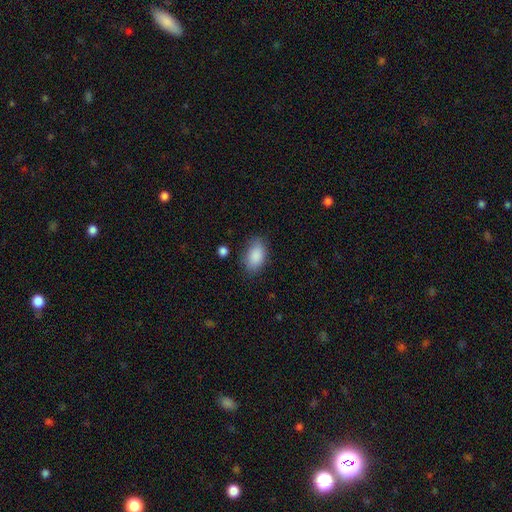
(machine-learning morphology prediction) A smooth galaxy with no disk features (88%) that is in between round and cigar-shaped (91%).

Vote fractions:
- Smooth or featured? smooth: 88% / star or artifact: 7% / featured or disk: 5%
- How rounded? in between: 91% / round: 6% / cigar-shaped: 2%
- Merging? none: 77% / minor disturbance: 16% / major disturbance: 4% / merger: 2%